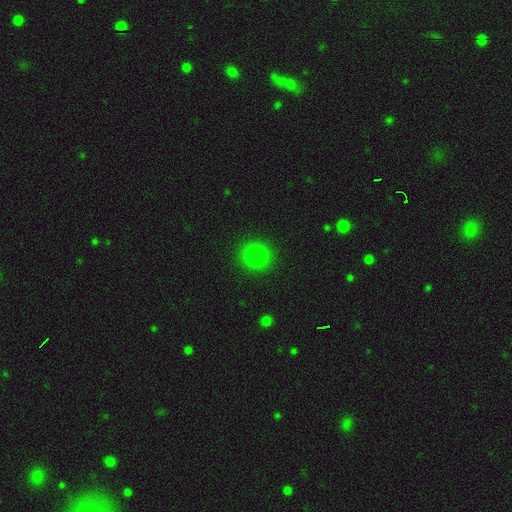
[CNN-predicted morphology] smooth 81%, star or artifact 13%, featured or disk 6%. Down the decision tree: how rounded — round (90%); merging — none (90%).